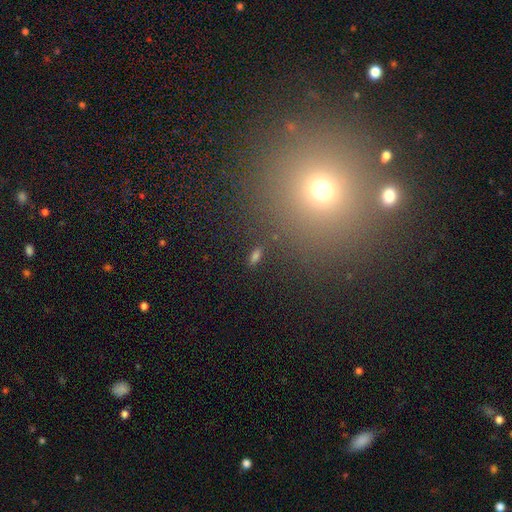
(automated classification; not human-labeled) Smooth or featured? smooth (62%)
How rounded? in between (76%)
Merging? none (82%)